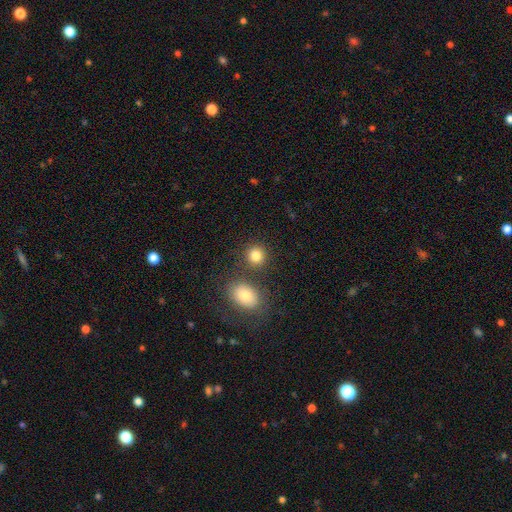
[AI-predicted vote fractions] Smooth or featured? Predicted: smooth (p=0.82). How rounded? Predicted: round (p=0.77). Merging? Predicted: none (p=0.75).